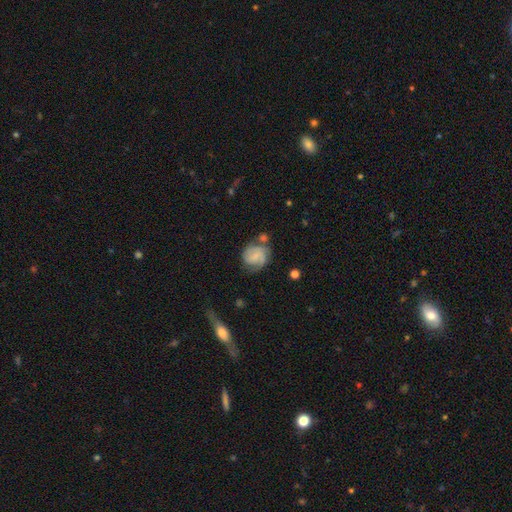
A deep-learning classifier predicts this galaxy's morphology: smooth-or-featured: featured or disk: 55% | smooth: 37% | star or artifact: 8%
  disk-edge-on: no: 98% | yes: 2%
    bar: no: 49% | weak: 41% | strong: 10%
    has-spiral-arms: yes: 89% | no: 11%
    bulge-size: small: 42% | none: 39% | moderate: 15% | large: 3% | dominant: 2%
  merging: none: 52% | minor disturbance: 24% | major disturbance: 13% | merger: 11%